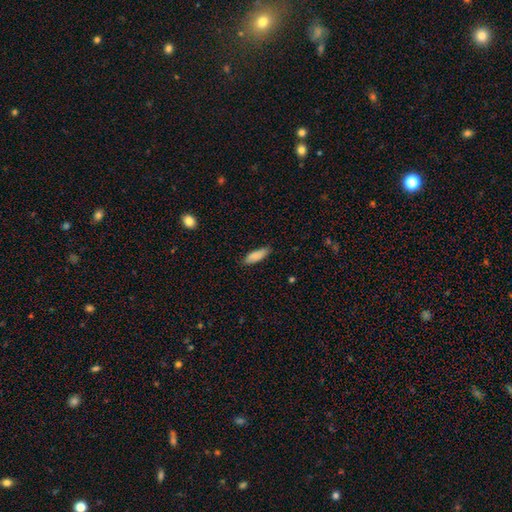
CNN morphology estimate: This appears to be a smooth galaxy with no disk features (87%) that is in between round and cigar-shaped (56%). Merging: none (83%).